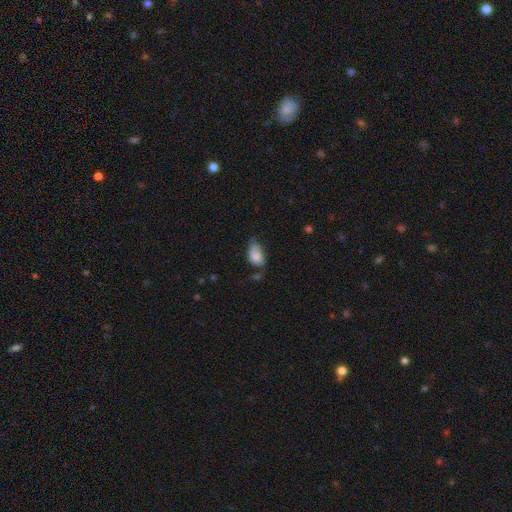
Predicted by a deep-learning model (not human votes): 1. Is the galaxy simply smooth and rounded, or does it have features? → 82% smooth, 10% featured or disk, 8% star or artifact.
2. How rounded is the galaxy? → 91% in between, 7% round, 2% cigar-shaped.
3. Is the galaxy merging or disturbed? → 43% minor disturbance, 37% none, 14% major disturbance, 6% merger.